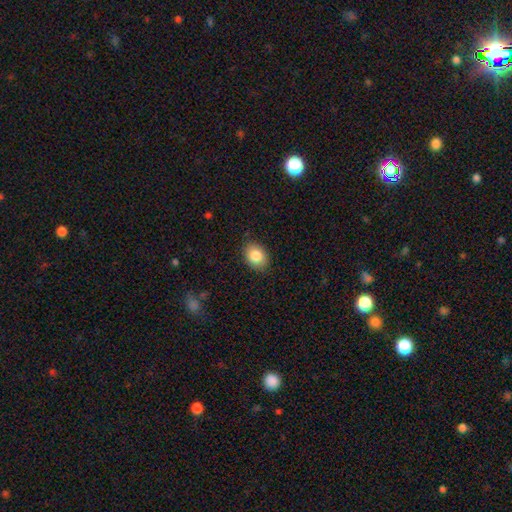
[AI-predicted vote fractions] A smooth galaxy with no disk features (85%) that is in between round and cigar-shaped (67%). Merging: none (86%).